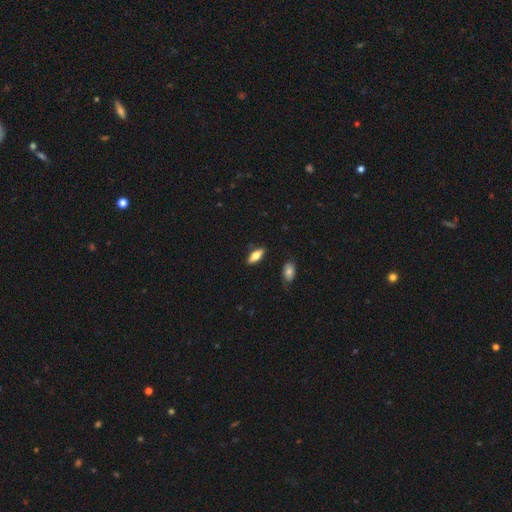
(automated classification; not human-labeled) smooth_or_featured: smooth (p=0.76) [alt: featured or disk p=0.18]
how_rounded: in between (p=0.81) [alt: cigar-shaped p=0.17]
merging: none (p=0.85) [alt: minor disturbance p=0.11]